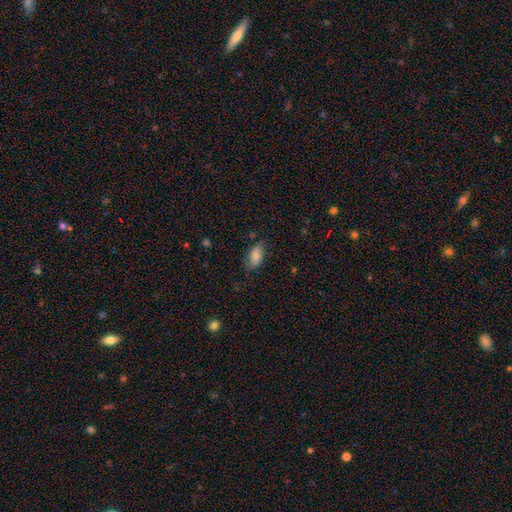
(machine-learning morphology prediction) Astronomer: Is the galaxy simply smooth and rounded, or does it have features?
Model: smooth — 75%.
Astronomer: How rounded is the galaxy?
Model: in between — 92%.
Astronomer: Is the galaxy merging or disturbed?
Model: none — 70%.